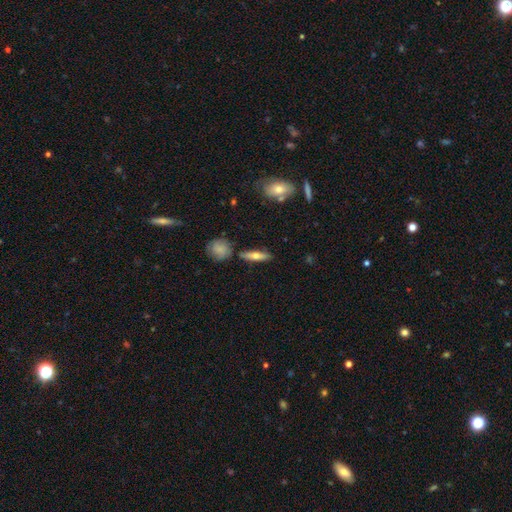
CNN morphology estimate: Overall: smooth (53%; featured or disk 40%). How rounded: cigar-shaped (67%; in between 30%). Merging: none (83%).